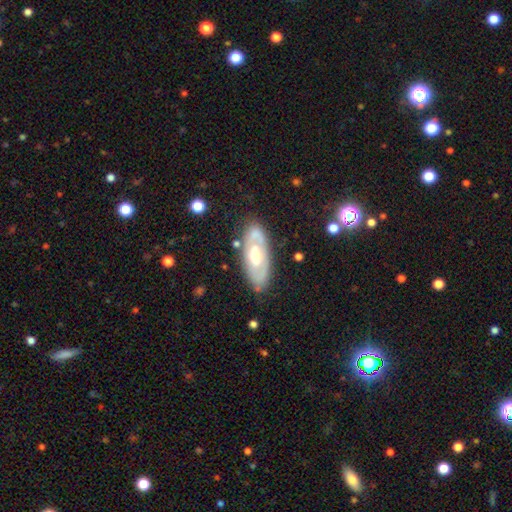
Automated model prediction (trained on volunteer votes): Smooth or featured? Predicted: featured or disk (p=0.66). Edge-on disk? Predicted: no (p=0.85). Bar? Predicted: no (p=0.76). Spiral arms? Predicted: no (p=0.62). Bulge size? Predicted: moderate (p=0.71). Merging? Predicted: none (p=0.79).